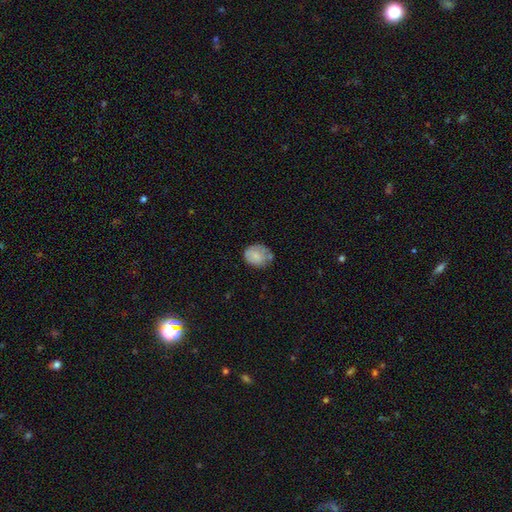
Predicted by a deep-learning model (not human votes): smooth-or-featured: smooth: 77% | featured or disk: 16% | star or artifact: 8%
  how-rounded: round: 55% | in between: 44% | cigar-shaped: 1%
  merging: none: 51% | minor disturbance: 32% | major disturbance: 10% | merger: 7%